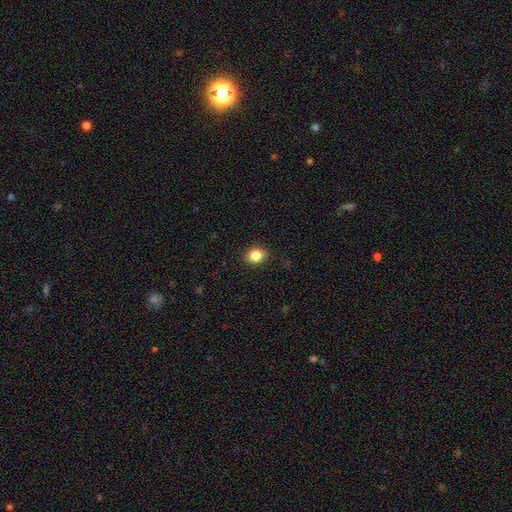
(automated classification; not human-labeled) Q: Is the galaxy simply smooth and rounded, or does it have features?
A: smooth — 84%.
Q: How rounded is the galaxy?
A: round — 56%.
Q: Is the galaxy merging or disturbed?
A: none — 88%.